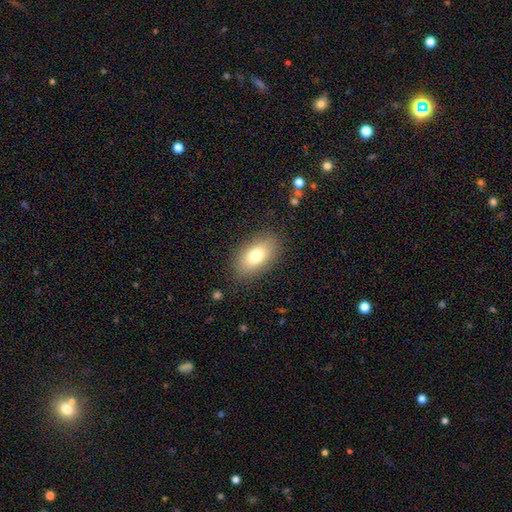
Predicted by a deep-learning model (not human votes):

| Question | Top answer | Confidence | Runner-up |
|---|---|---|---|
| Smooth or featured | smooth | 77% | featured or disk (15%) |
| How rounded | in between | 91% | round (7%) |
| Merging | none | 84% | minor disturbance (11%) |